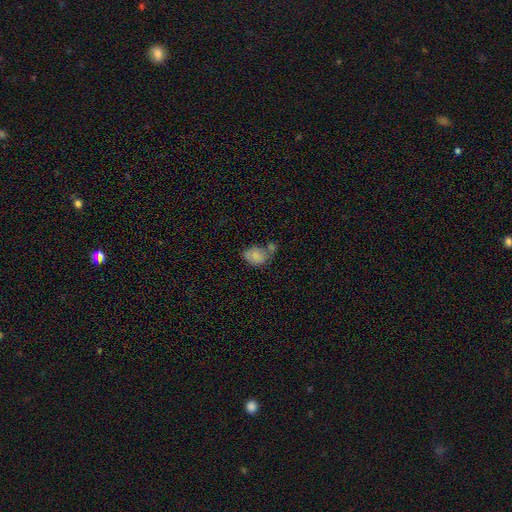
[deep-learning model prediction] smooth-or-featured: smooth: 77% | featured or disk: 14% | star or artifact: 9%
  how-rounded: in between: 62% | round: 36% | cigar-shaped: 1%
  merging: merger: 37% | none: 34% | minor disturbance: 20% | major disturbance: 9%